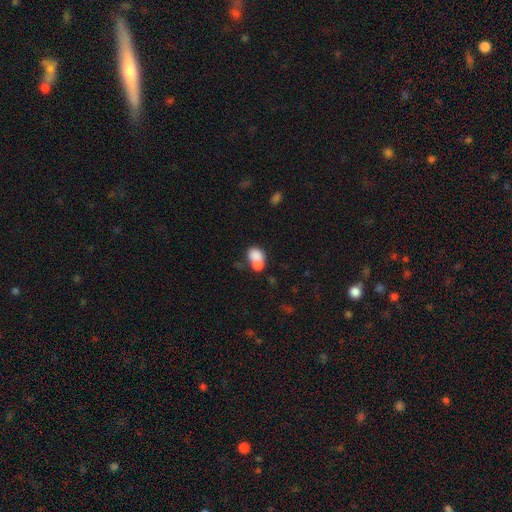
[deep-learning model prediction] smooth 76%, featured or disk 14%, star or artifact 9%. Down the decision tree: how rounded — in between (60%); merging — merger (64%).